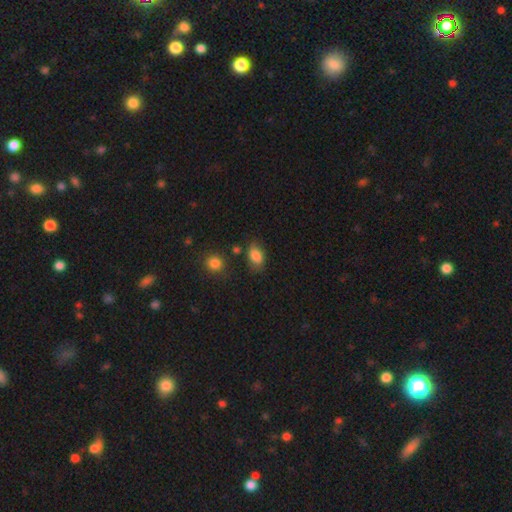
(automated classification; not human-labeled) Overall: smooth (84%). How rounded: in between (84%). Merging: none (68%).